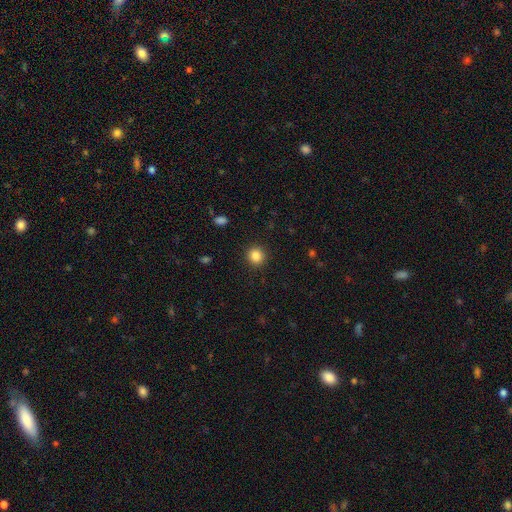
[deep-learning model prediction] smooth-or-featured: smooth: 85% | star or artifact: 11% | featured or disk: 4%
  how-rounded: round: 89% | in between: 10% | cigar-shaped: 1%
  merging: none: 91% | minor disturbance: 6% | major disturbance: 2% | merger: 1%